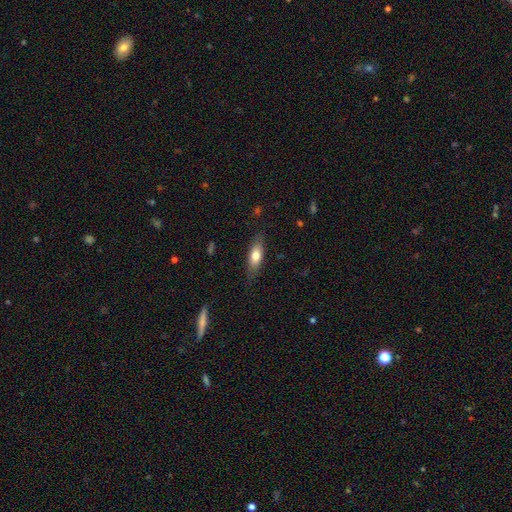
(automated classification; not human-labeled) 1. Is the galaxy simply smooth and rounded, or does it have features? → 71% smooth, 23% featured or disk, 6% star or artifact.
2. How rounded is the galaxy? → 63% in between, 34% cigar-shaped, 3% round.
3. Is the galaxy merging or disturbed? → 78% none, 17% minor disturbance, 4% major disturbance, 1% merger.